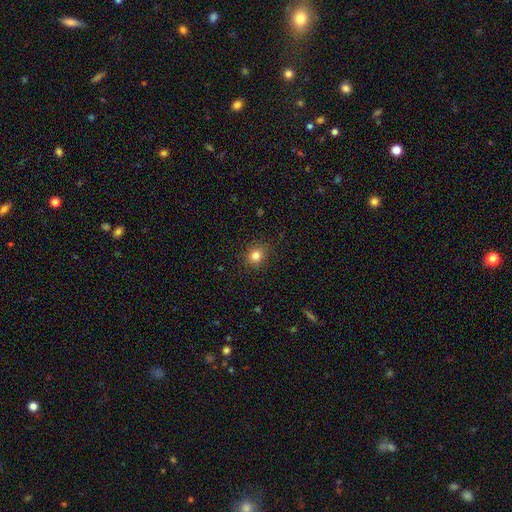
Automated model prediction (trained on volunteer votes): Smooth or featured: smooth — 82% (star or artifact — 12%)
How rounded: round — 76% (in between — 23%)
Merging: none — 88% (minor disturbance — 8%)